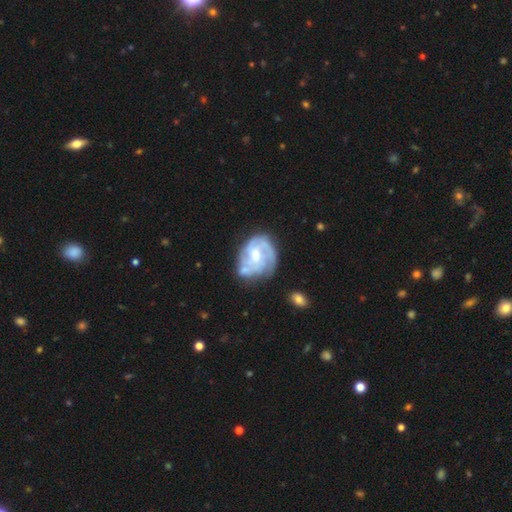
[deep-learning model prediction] smooth-or-featured: featured or disk: 78% | smooth: 16% | star or artifact: 6%
  disk-edge-on: no: 98% | yes: 2%
    bar: no: 62% | weak: 33% | strong: 6%
    has-spiral-arms: yes: 87% | no: 13%
      spiral-winding: tight: 50% | medium: 38% | loose: 12%
      spiral-arm-count: 3: 31% | can't tell: 29% | 2: 26% | 4: 7% | 1: 5% | more than 4: 3%
    bulge-size: moderate: 60% | small: 31% | large: 5% | none: 3% | dominant: 1%
  merging: none: 53% | minor disturbance: 25% | major disturbance: 13% | merger: 9%